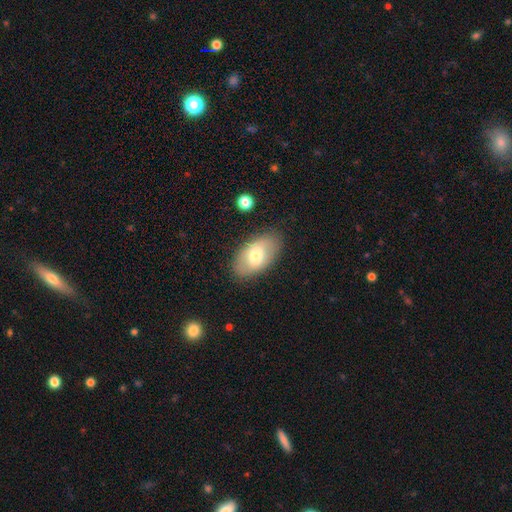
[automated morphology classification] Q: Smooth or featured?
A: smooth (65%); runner-up: featured or disk (28%)
Q: How rounded?
A: in between (93%); runner-up: round (5%)
Q: Merging?
A: none (82%); runner-up: minor disturbance (13%)